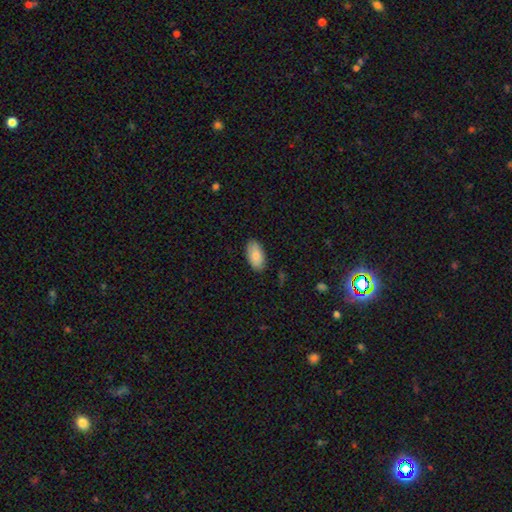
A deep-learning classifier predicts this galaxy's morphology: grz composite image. It shows a smooth galaxy with no disk features (86%) that is in between round and cigar-shaped (95%). Merging: none (86%).